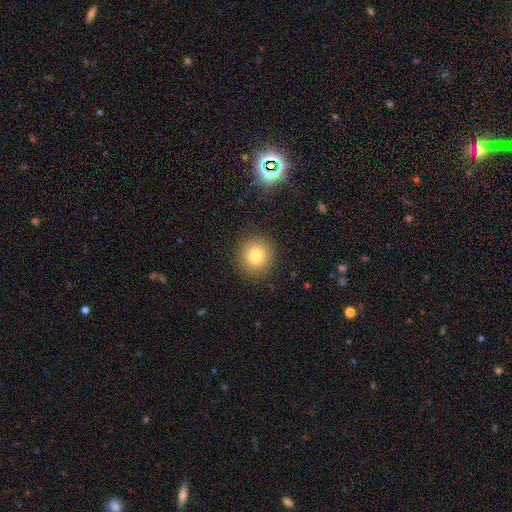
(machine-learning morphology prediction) Smooth or featured? smooth (77%)
How rounded? round (94%)
Merging? none (90%)